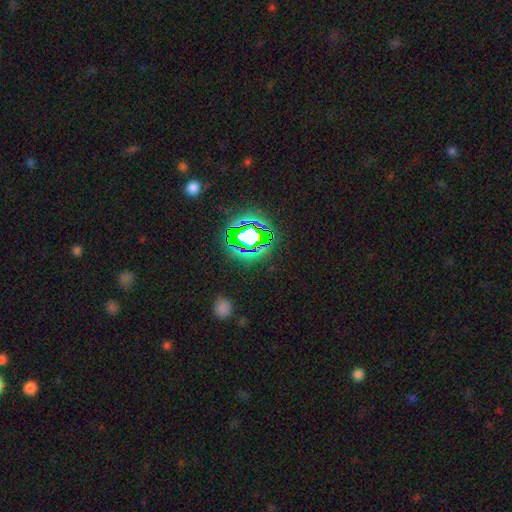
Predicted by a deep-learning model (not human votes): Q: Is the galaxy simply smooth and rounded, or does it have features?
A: star or artifact — 78%.